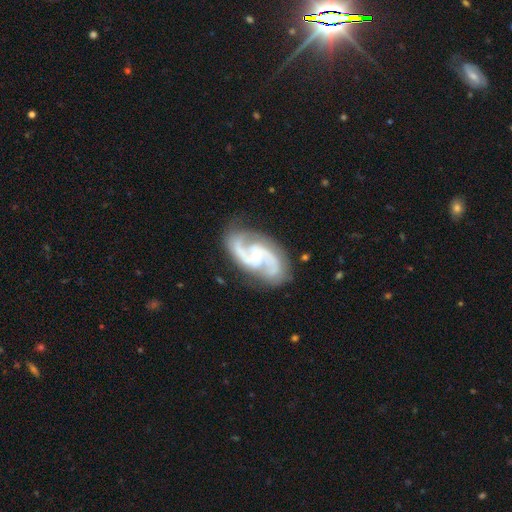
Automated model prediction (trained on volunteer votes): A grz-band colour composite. It shows a featured or disk galaxy (92%) with no bar (59%), 2 (83%) medium (60%) spiral arms (98%) and a small central bulge (66%). Merging: none (78%).